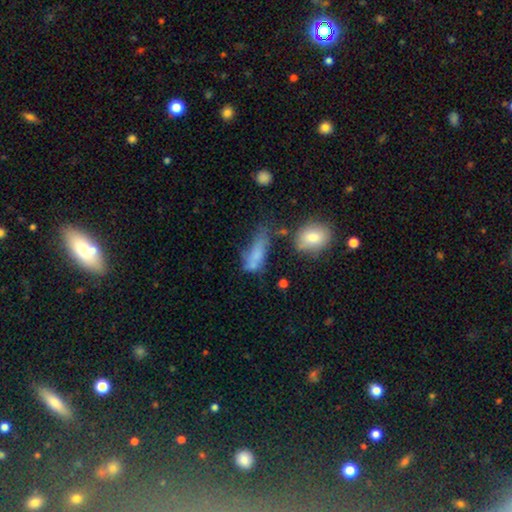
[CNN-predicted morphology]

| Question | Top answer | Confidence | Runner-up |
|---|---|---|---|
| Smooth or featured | smooth | 68% | featured or disk (21%) |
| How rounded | in between | 61% | cigar-shaped (34%) |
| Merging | none | 29% | major disturbance (27%) |